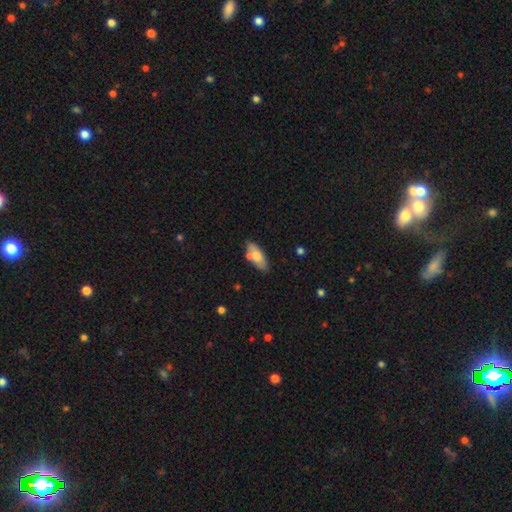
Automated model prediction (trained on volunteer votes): Overall: smooth (73%). How rounded: in between (77%). Merging: none (71%).